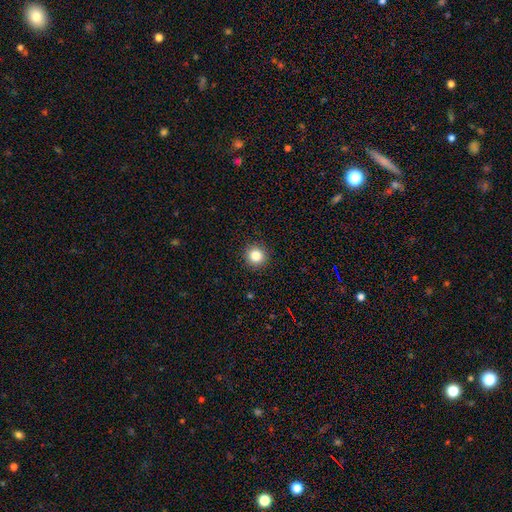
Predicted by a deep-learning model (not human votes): Smooth or featured: smooth — 83% (star or artifact — 12%)
How rounded: round — 94% (in between — 5%)
Merging: none — 92% (minor disturbance — 5%)